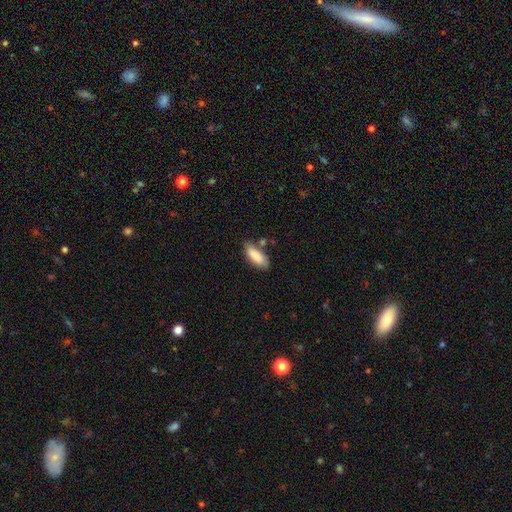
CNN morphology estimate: smooth_or_featured: smooth (p=0.86) [alt: featured or disk p=0.08]
how_rounded: in between (p=0.79) [alt: cigar-shaped p=0.19]
merging: none (p=0.69) [alt: minor disturbance p=0.19]